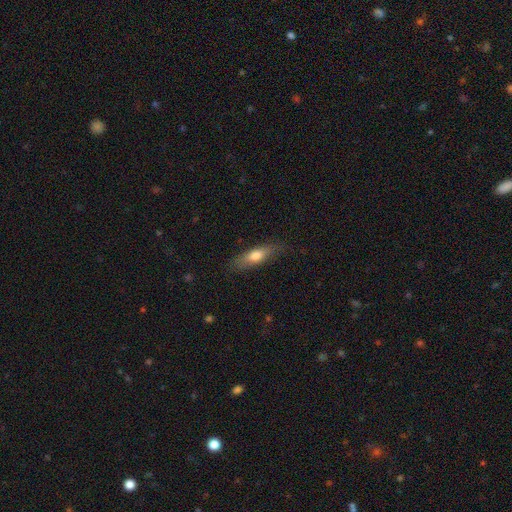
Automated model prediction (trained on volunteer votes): smooth 69%, featured or disk 24%, star or artifact 6%. Down the decision tree: how rounded — cigar-shaped (49%); merging — none (79%).